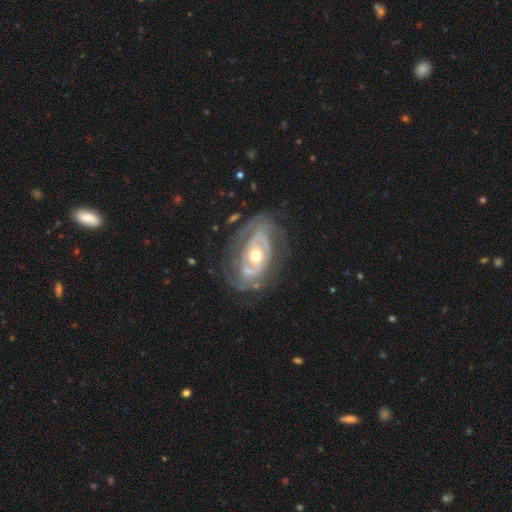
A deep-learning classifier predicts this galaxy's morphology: Smooth or featured? Predicted: featured or disk (p=0.86). Edge-on disk? Predicted: no (p=0.96). Bar? Predicted: no (p=0.65). Spiral arms? Predicted: yes (p=0.85). Spiral winding? Predicted: tight (p=0.59). Spiral arm count? Predicted: 2 (p=0.45). Bulge size? Predicted: moderate (p=0.70). Merging? Predicted: none (p=0.64).